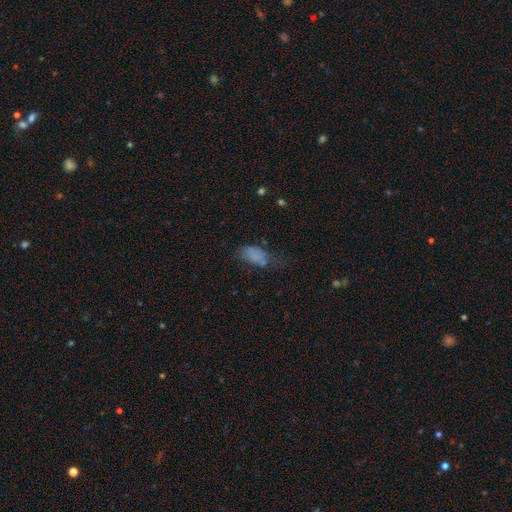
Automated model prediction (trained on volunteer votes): Overall: smooth (72%). How rounded: in between (90%). Merging: none (35%; minor disturbance 30%).